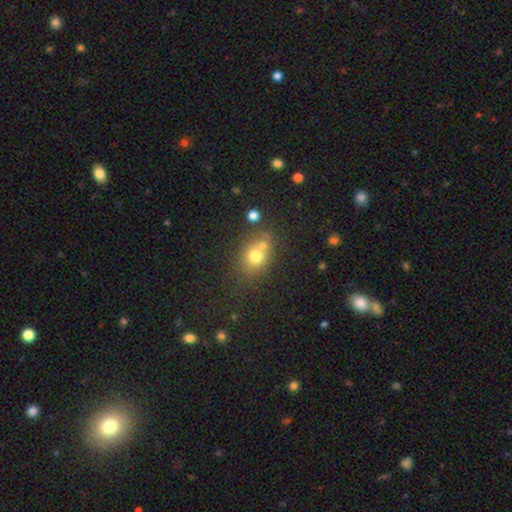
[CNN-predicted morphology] Smooth or featured?
  - smooth: 70% *
  - featured or disk: 15%
  - star or artifact: 15%
How rounded?
  - round: 64% *
  - in between: 35%
  - cigar-shaped: 1%
Merging?
  - none: 48% *
  - merger: 34%
  - minor disturbance: 12%
  - major disturbance: 5%